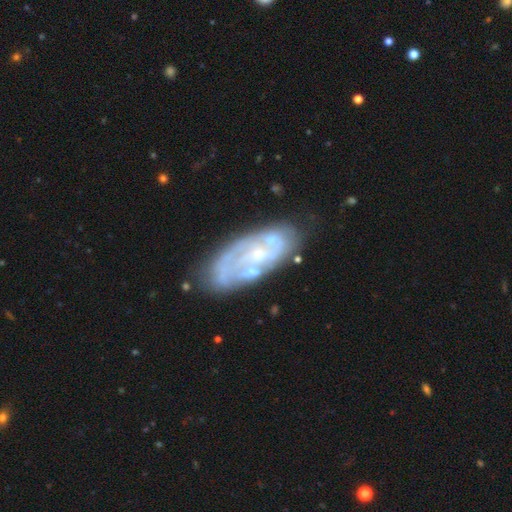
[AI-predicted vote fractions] The model was most divided on "bulge size": small: 49%, moderate: 31%, none: 16%, large: 3%, dominant: 1%. More confident: edge-on disk — no (92%); smooth or featured — featured or disk (74%); spiral arms — yes (70%); bar — no (68%); merging — none (65%).